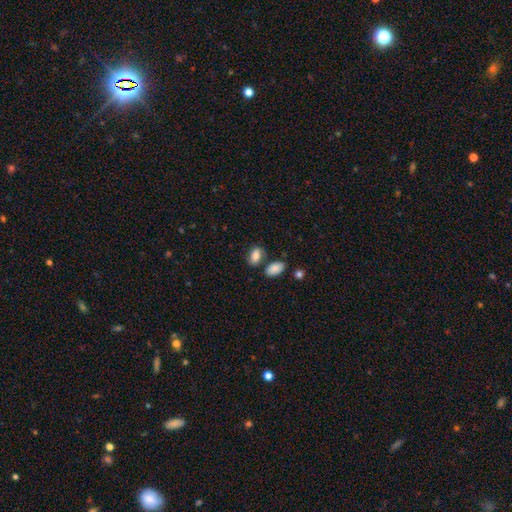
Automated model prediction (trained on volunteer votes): Smooth or featured: smooth — 82% (featured or disk — 10%)
How rounded: in between — 89% (round — 8%)
Merging: none — 65% (merger — 15%)